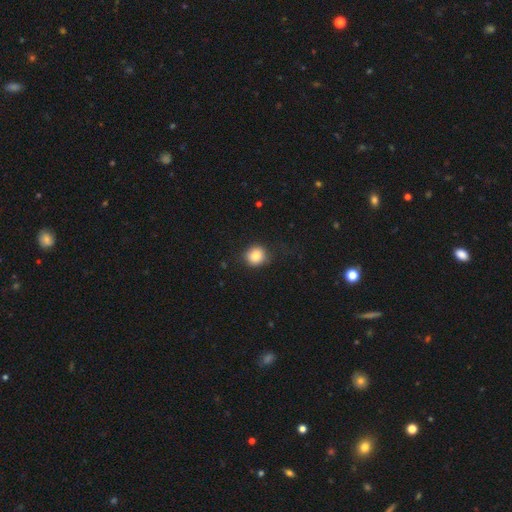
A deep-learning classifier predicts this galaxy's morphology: smooth 82%, star or artifact 10%, featured or disk 8%. Down the decision tree: how rounded — round (89%); merging — none (84%).